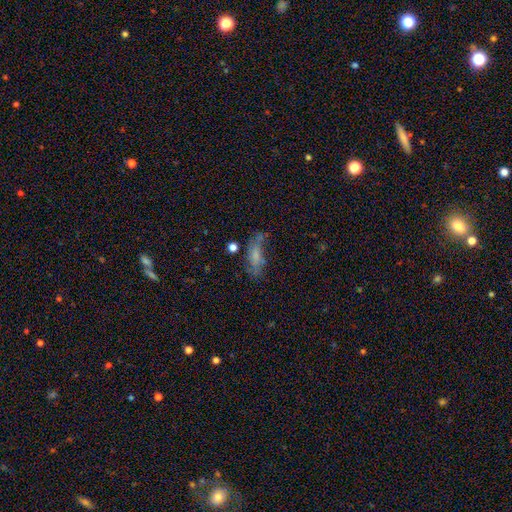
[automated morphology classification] This appears to be a smooth galaxy with no disk features (59%) that is in between round and cigar-shaped (59%). Merging: none (45%).